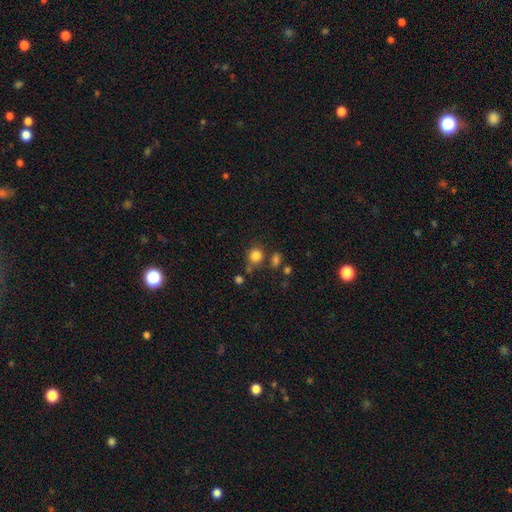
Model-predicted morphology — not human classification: type=smooth (82%); roundness=round (81%); merging=none (69%).